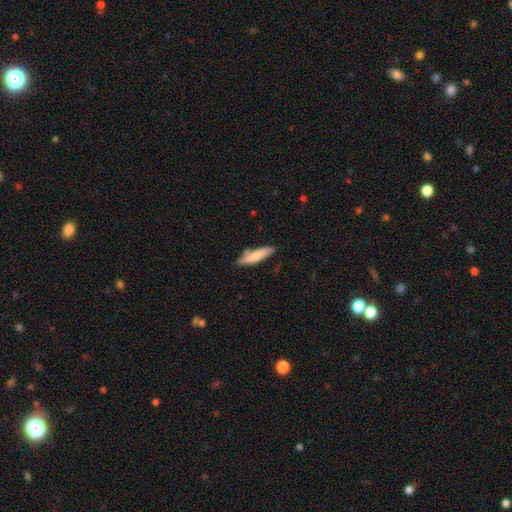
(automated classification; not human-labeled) Smooth or featured?
  - smooth: 70% *
  - featured or disk: 24%
  - star or artifact: 6%
How rounded?
  - cigar-shaped: 78% *
  - in between: 21%
  - round: 2%
Merging?
  - none: 77% *
  - minor disturbance: 15%
  - merger: 5%
  - major disturbance: 3%